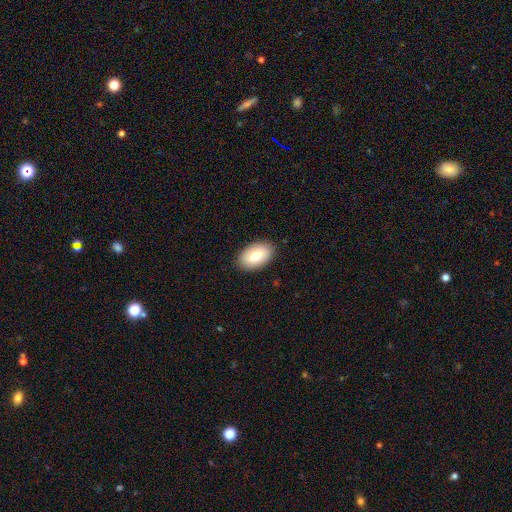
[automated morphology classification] Smooth or featured: smooth — 77% (featured or disk — 16%)
How rounded: in between — 93% (round — 6%)
Merging: none — 88% (minor disturbance — 9%)